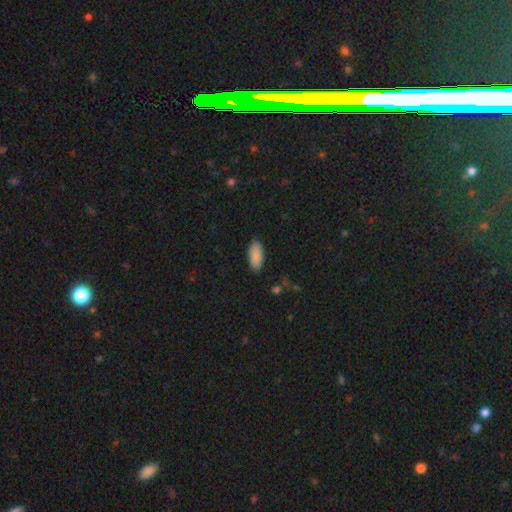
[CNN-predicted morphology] The model was most divided on "merging": none: 88%, minor disturbance: 9%, major disturbance: 2%, merger: 1%. More confident: how rounded — in between (89%); smooth or featured — smooth (89%).